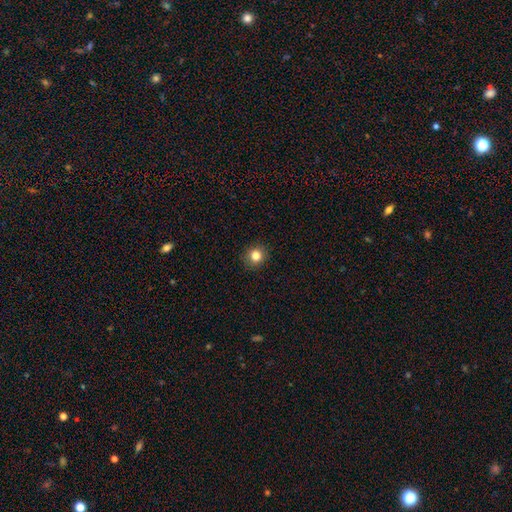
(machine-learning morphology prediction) smooth_or_featured: smooth (p=0.82) [alt: star or artifact p=0.11]
how_rounded: round (p=0.86) [alt: in between p=0.13]
merging: none (p=0.91) [alt: minor disturbance p=0.06]